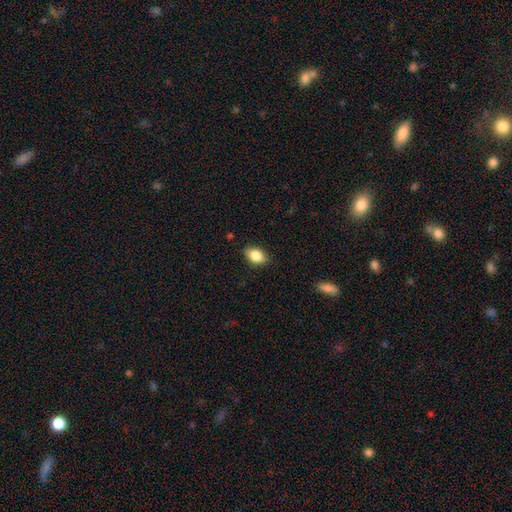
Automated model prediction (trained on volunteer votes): Smooth or featured?
  - smooth: 84% *
  - star or artifact: 8%
  - featured or disk: 8%
How rounded?
  - in between: 86% *
  - round: 12%
  - cigar-shaped: 2%
Merging?
  - none: 85% *
  - minor disturbance: 12%
  - major disturbance: 2%
  - merger: 1%